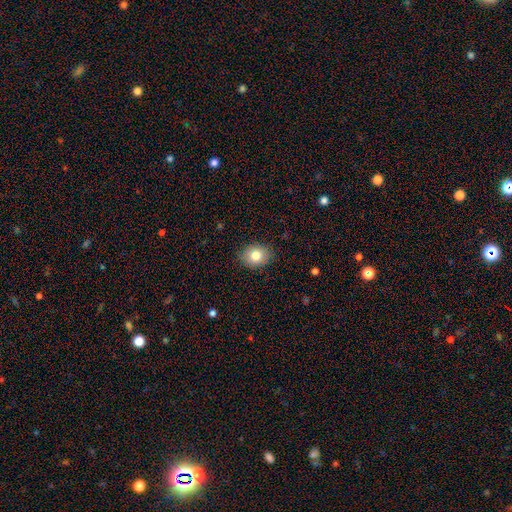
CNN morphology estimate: type=smooth (81%); roundness=in between (57%); merging=none (87%).